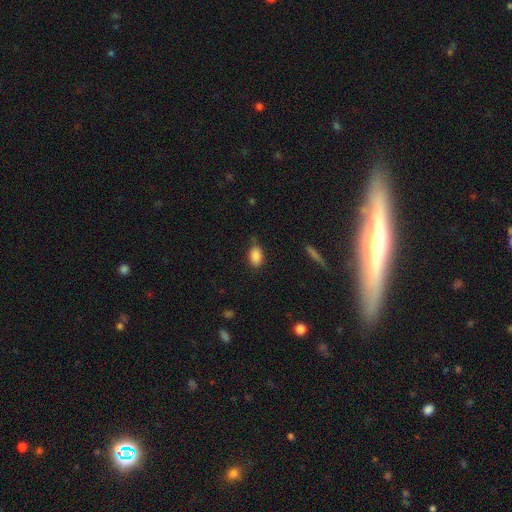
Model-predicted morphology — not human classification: A smooth galaxy with no disk features (87%) that is in between round and cigar-shaped (89%).

Vote fractions:
- Smooth or featured? smooth: 87% / star or artifact: 8% / featured or disk: 5%
- How rounded? in between: 89% / round: 9% / cigar-shaped: 2%
- Merging? none: 73% / minor disturbance: 21% / major disturbance: 4% / merger: 2%